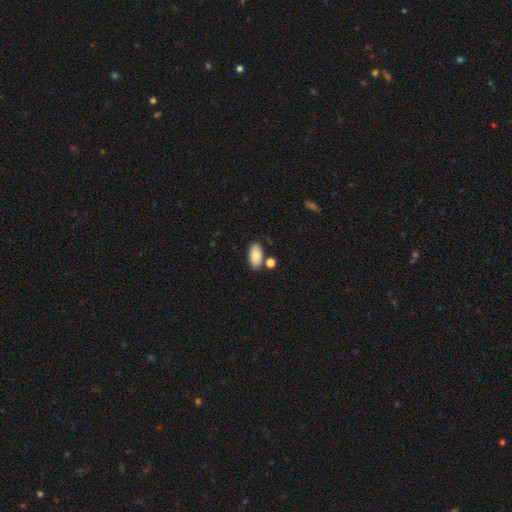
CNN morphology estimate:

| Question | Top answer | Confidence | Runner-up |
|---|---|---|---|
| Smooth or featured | smooth | 87% | star or artifact (7%) |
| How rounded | in between | 94% | round (4%) |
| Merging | none | 74% | merger (12%) |